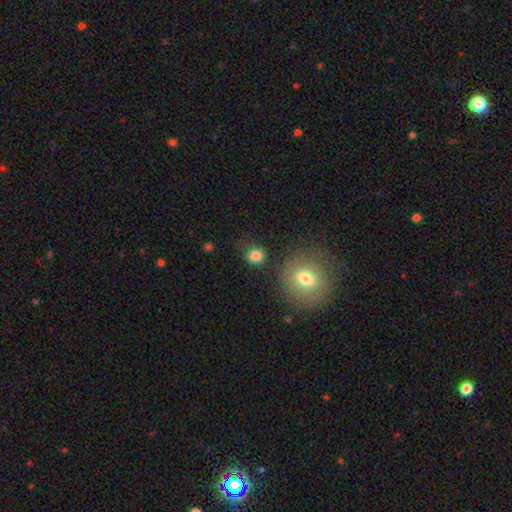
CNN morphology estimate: type=smooth (82%); roundness=round (81%); merging=none (77%).